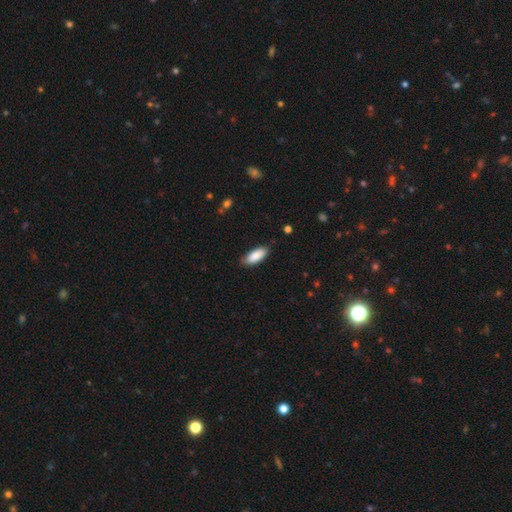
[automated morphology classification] A smooth galaxy with no disk features (86%) that is in between round and cigar-shaped (81%).

Vote fractions:
- Smooth or featured? smooth: 86% / featured or disk: 8% / star or artifact: 6%
- How rounded? in between: 81% / cigar-shaped: 17% / round: 2%
- Merging? none: 82% / minor disturbance: 15% / major disturbance: 2% / merger: 1%